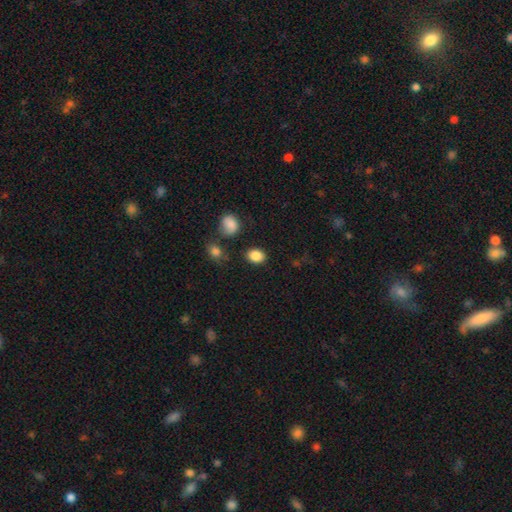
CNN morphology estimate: smooth 87%, star or artifact 9%, featured or disk 4%. Down the decision tree: how rounded — in between (64%); merging — none (84%).